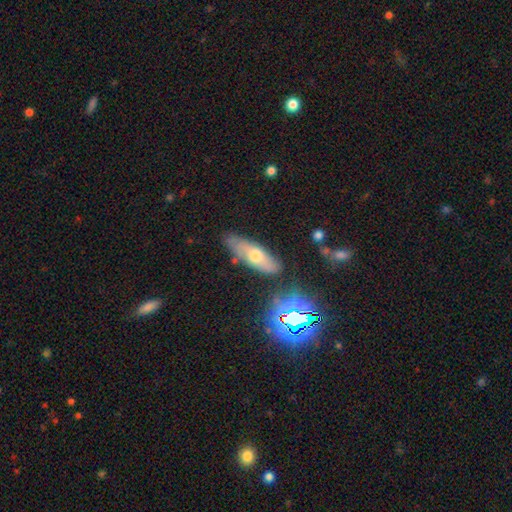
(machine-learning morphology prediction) The model was most divided on "smooth or featured": smooth: 53%, featured or disk: 36%, star or artifact: 11%. More confident: merging — none (74%); how rounded — in between (58%).